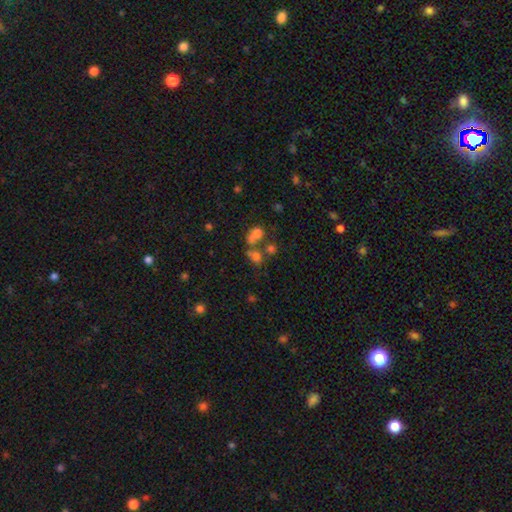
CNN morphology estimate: This appears to be a smooth galaxy with no disk features (52%) that is round (57%). Merging: none (42%).